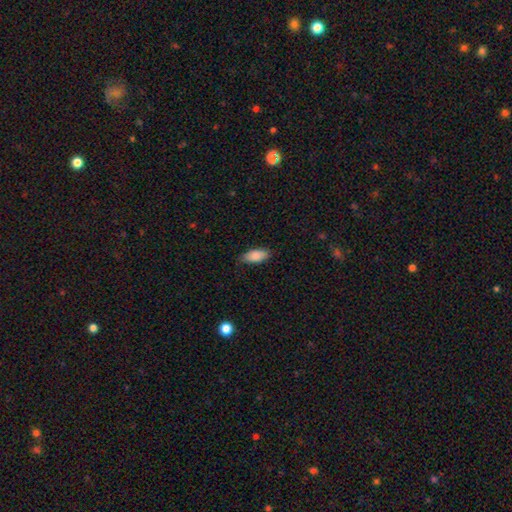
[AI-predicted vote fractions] Q: Smooth or featured?
A: smooth (86%); runner-up: featured or disk (7%)
Q: How rounded?
A: in between (88%); runner-up: cigar-shaped (10%)
Q: Merging?
A: none (79%); runner-up: minor disturbance (17%)